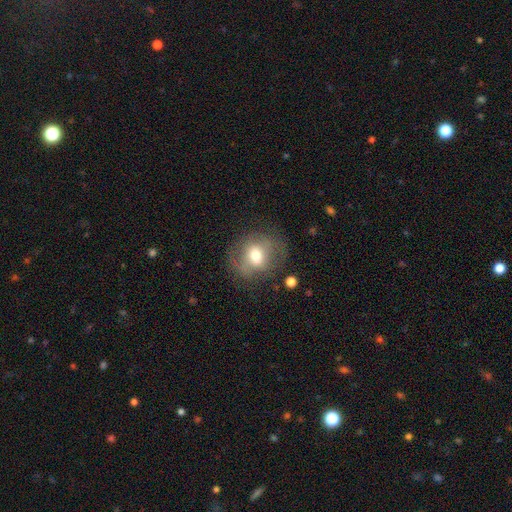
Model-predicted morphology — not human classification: Smooth or featured: smooth — 56% (featured or disk — 35%)
How rounded: round — 67% (in between — 32%)
Merging: none — 67% (minor disturbance — 19%)